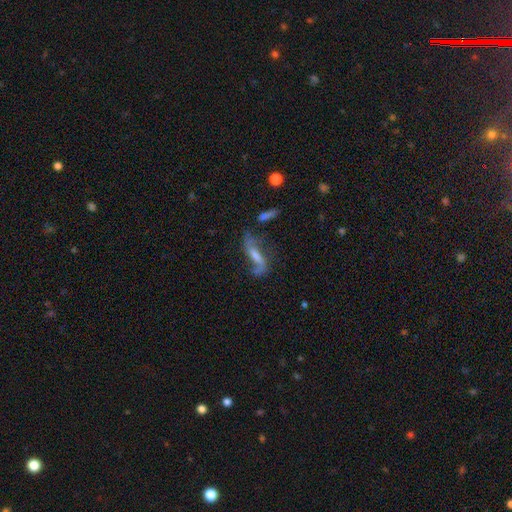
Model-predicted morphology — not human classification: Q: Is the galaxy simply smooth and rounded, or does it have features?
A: featured or disk — 70%.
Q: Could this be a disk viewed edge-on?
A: no — 79%.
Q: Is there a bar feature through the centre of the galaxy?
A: weak — 38%.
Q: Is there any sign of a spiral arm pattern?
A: yes — 86%.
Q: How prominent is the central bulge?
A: moderate — 36%, tied with small.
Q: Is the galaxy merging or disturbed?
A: none — 49%.